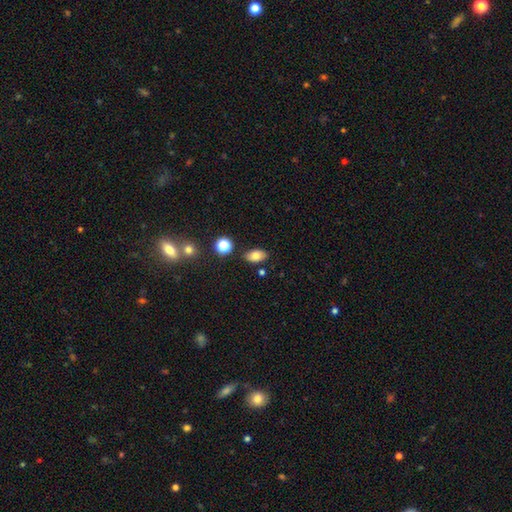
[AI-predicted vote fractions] smooth_or_featured: smooth (p=0.79) [alt: star or artifact p=0.11]
how_rounded: in between (p=0.89) [alt: round p=0.10]
merging: none (p=0.84) [alt: minor disturbance p=0.10]